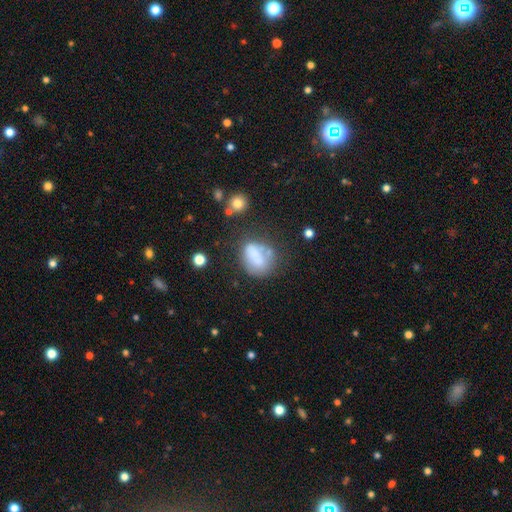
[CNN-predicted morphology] Smooth or featured?
  - smooth: 62% *
  - featured or disk: 26%
  - star or artifact: 11%
How rounded?
  - in between: 58% *
  - round: 40%
  - cigar-shaped: 2%
Merging?
  - none: 40% *
  - minor disturbance: 23%
  - merger: 19%
  - major disturbance: 18%